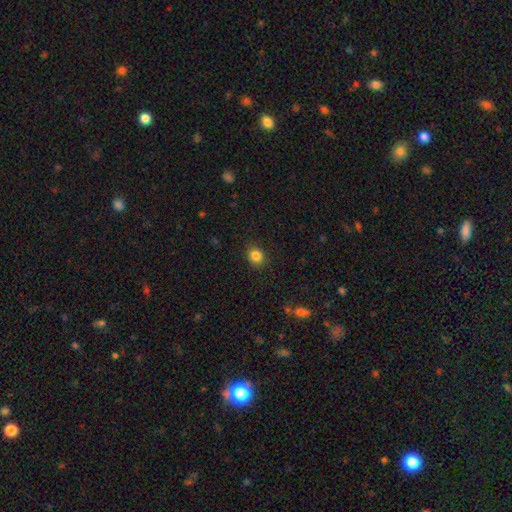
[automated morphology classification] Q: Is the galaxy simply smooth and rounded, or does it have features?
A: smooth — 84%.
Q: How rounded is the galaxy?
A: round — 76%.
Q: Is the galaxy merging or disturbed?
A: none — 87%.